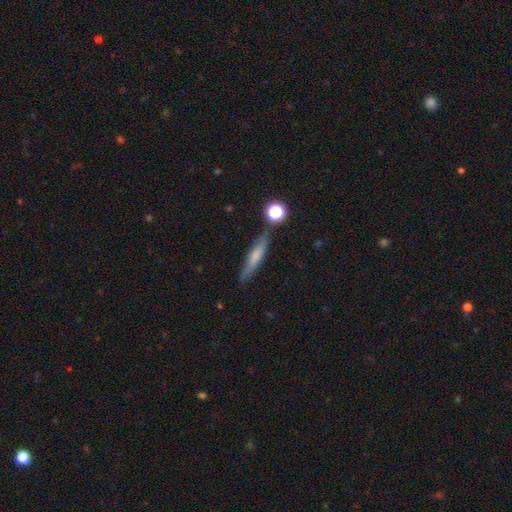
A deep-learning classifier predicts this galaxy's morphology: Smooth or featured?
  - smooth: 58% *
  - featured or disk: 34%
  - star or artifact: 9%
How rounded?
  - cigar-shaped: 82% *
  - in between: 14%
  - round: 3%
Merging?
  - none: 78% *
  - minor disturbance: 13%
  - merger: 5%
  - major disturbance: 3%